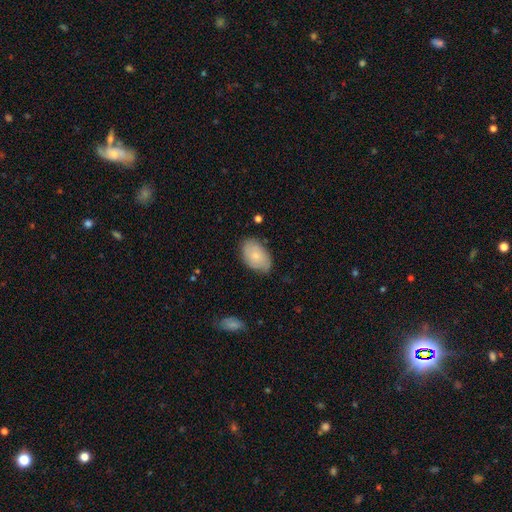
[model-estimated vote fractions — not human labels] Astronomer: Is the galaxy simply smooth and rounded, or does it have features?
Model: smooth — 66%.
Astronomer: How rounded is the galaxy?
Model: in between — 90%.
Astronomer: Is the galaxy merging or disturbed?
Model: none — 70%.